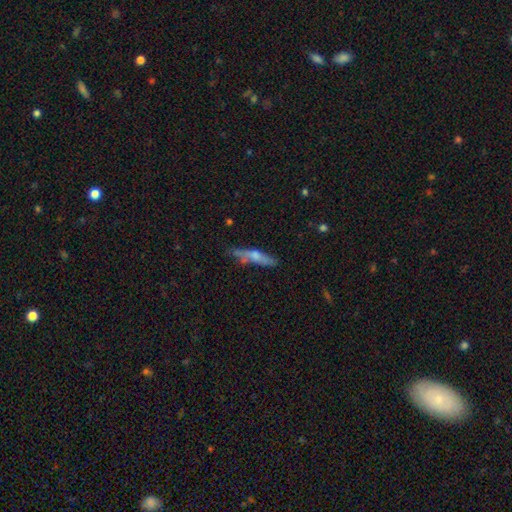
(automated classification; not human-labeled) Overall: smooth (50%; featured or disk 43%). Merging: none (70%).